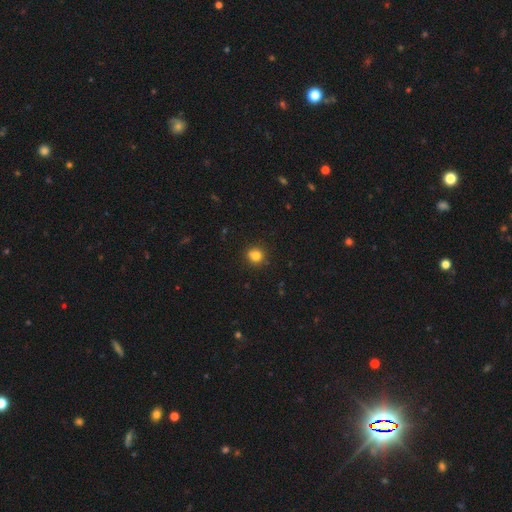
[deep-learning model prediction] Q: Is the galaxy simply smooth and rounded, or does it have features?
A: smooth — 82%.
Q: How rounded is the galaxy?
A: round — 88%.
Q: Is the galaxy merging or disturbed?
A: none — 86%.